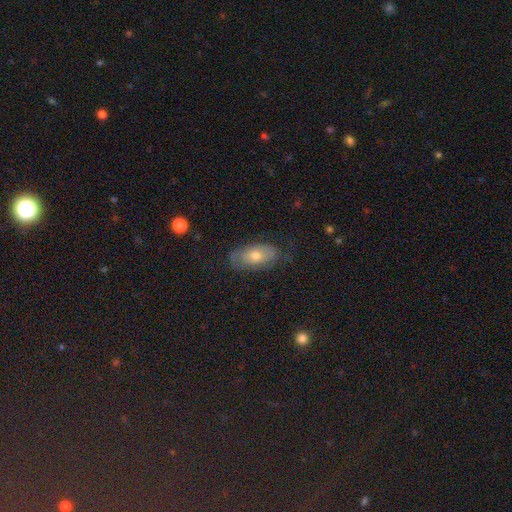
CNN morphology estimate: A smooth galaxy with no disk features (56%) that is in between round and cigar-shaped (90%).

Vote fractions:
- Smooth or featured? smooth: 56% / featured or disk: 36% / star or artifact: 8%
- How rounded? in between: 90% / round: 5% / cigar-shaped: 5%
- Merging? none: 69% / minor disturbance: 23% / major disturbance: 7% / merger: 1%